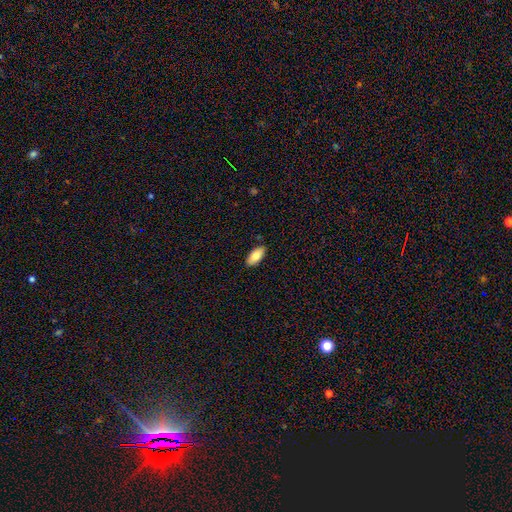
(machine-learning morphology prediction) Smooth or featured?
  - smooth: 79% *
  - featured or disk: 15%
  - star or artifact: 6%
How rounded?
  - in between: 90% *
  - cigar-shaped: 8%
  - round: 2%
Merging?
  - none: 88% *
  - minor disturbance: 9%
  - major disturbance: 2%
  - merger: 1%